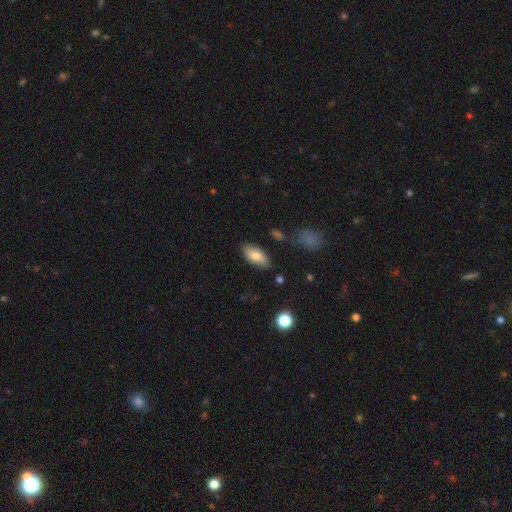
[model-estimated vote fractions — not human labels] Smooth or featured? Predicted: smooth (p=0.78). How rounded? Predicted: in between (p=0.91). Merging? Predicted: none (p=0.82).